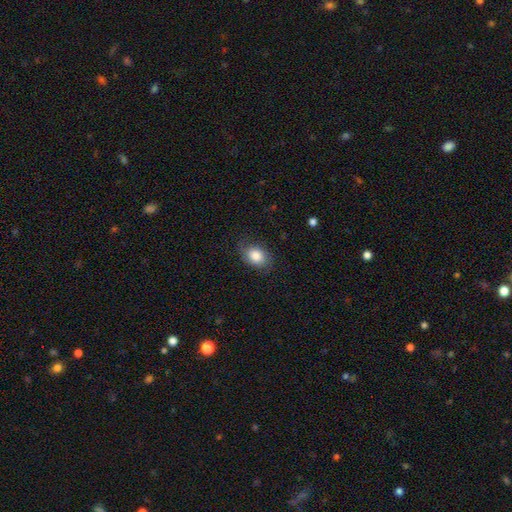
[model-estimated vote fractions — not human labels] Smooth or featured? Predicted: smooth (p=0.81). How rounded? Predicted: in between (p=0.74). Merging? Predicted: none (p=0.73).